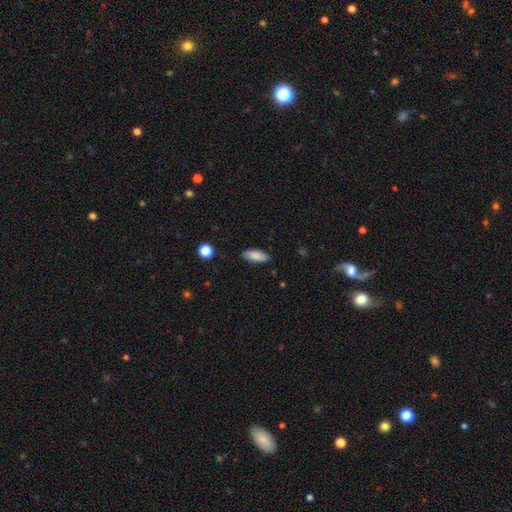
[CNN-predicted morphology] type=smooth (86%); roundness=in between (79%); merging=none (84%).